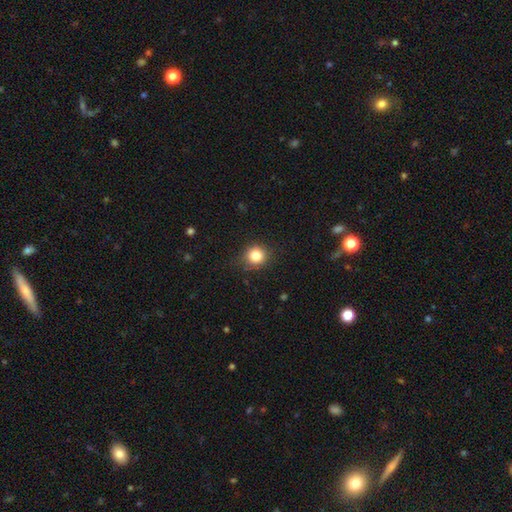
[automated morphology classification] This appears to be a smooth galaxy with no disk features (83%) that is round (89%). Merging: none (84%).